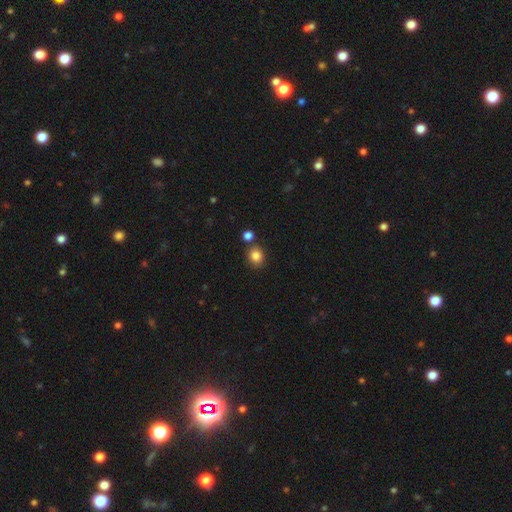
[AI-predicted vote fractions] Smooth or featured? smooth (84%)
How rounded? round (72%)
Merging? none (77%)